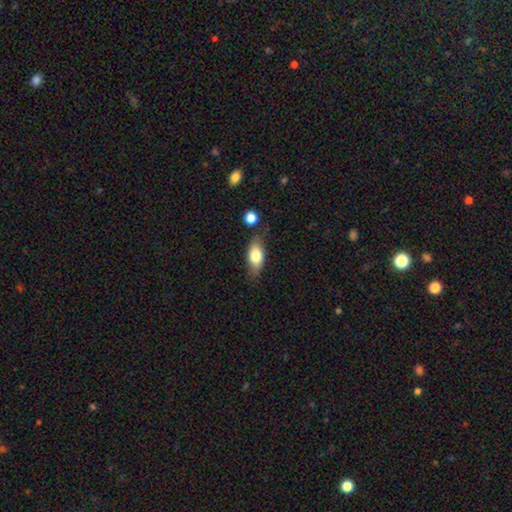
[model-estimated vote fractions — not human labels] Smooth or featured? Predicted: smooth (p=0.73). How rounded? Predicted: in between (p=0.83). Merging? Predicted: none (p=0.73).